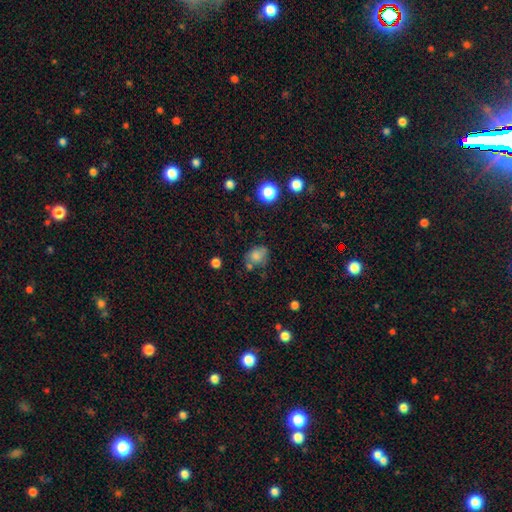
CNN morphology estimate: Overall: smooth (75%). How rounded: in between (59%; round 39%). Merging: none (51%; minor disturbance 26%).